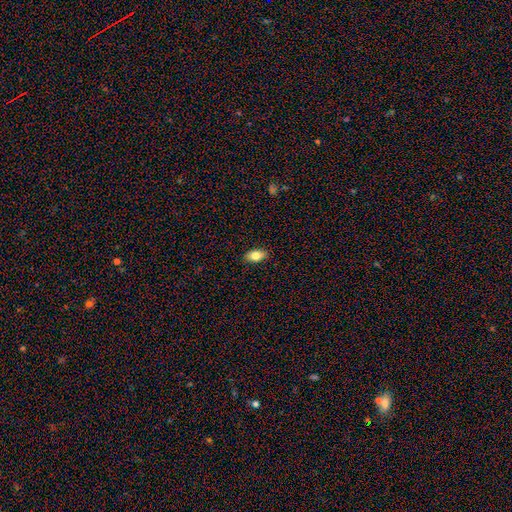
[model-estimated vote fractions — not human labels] smooth 82%, featured or disk 11%, star or artifact 8%. Down the decision tree: how rounded — in between (90%); merging — none (88%).